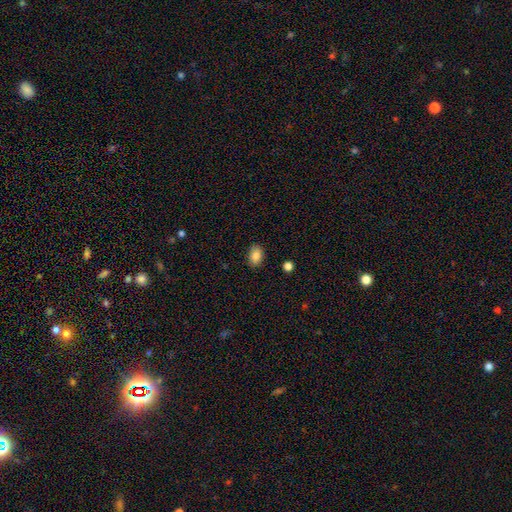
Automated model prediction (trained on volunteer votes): smooth 85%, star or artifact 8%, featured or disk 7%. Down the decision tree: how rounded — in between (80%); merging — none (88%).